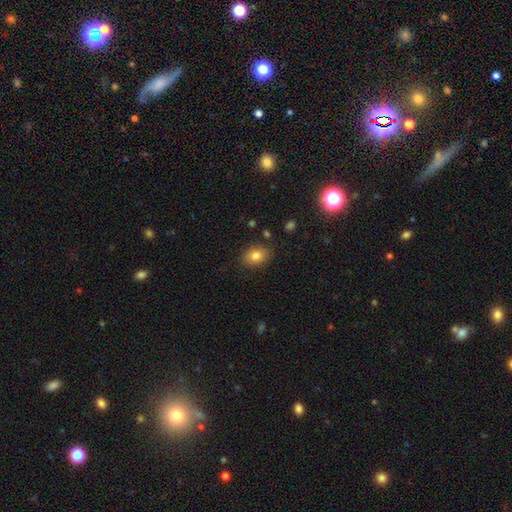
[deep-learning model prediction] Smooth or featured? smooth (82%)
How rounded? in between (66%)
Merging? none (85%)